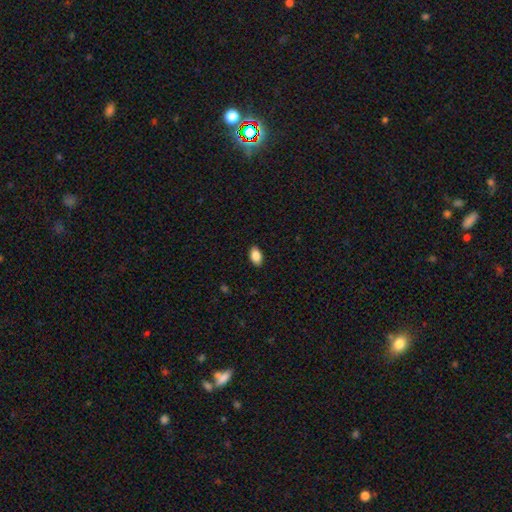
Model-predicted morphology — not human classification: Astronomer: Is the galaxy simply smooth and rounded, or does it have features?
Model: smooth — 88%.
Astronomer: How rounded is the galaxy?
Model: in between — 92%.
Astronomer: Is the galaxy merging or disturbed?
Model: none — 89%.